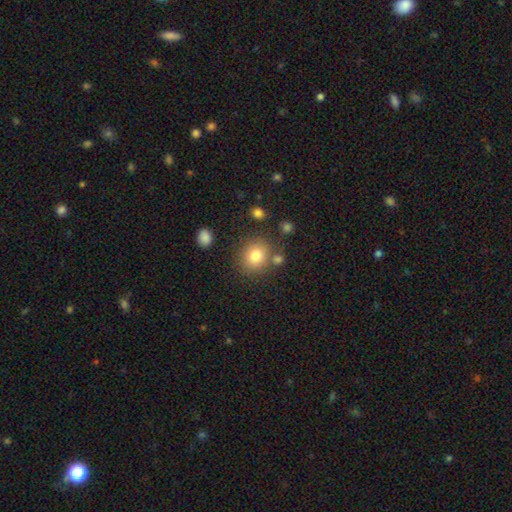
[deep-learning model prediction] The model was most divided on "how rounded": round: 77%, in between: 22%, cigar-shaped: 1%. More confident: smooth or featured — smooth (81%); merging — none (76%).